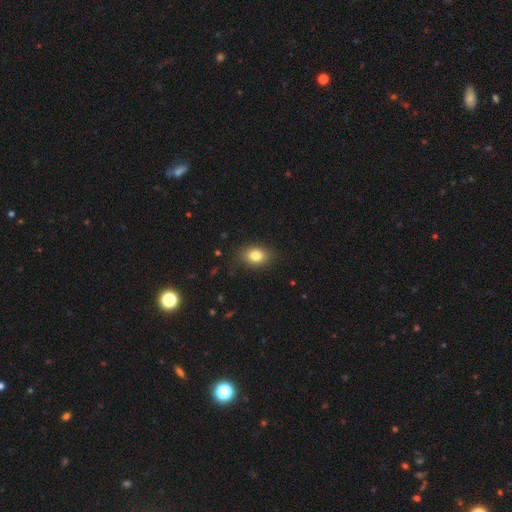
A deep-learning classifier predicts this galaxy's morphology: Smooth or featured: smooth — 83% (star or artifact — 10%)
How rounded: in between — 73% (round — 26%)
Merging: none — 84% (minor disturbance — 12%)